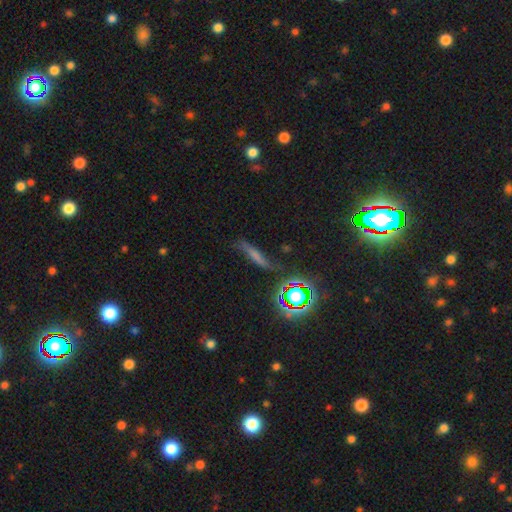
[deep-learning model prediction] Morphology: type=smooth (44%); merging=none (68%).